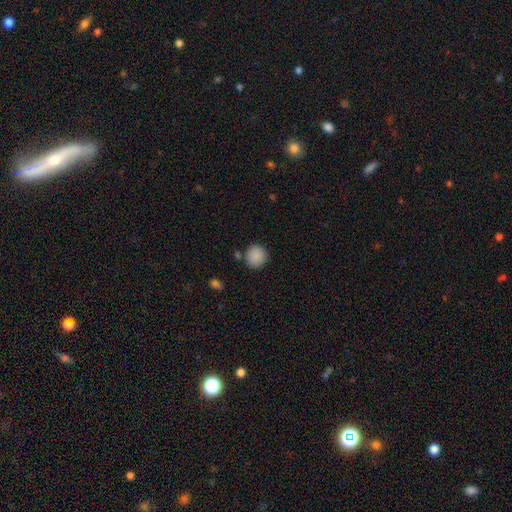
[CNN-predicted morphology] smooth 89%, star or artifact 8%, featured or disk 3%. Down the decision tree: how rounded — round (91%); merging — none (82%).